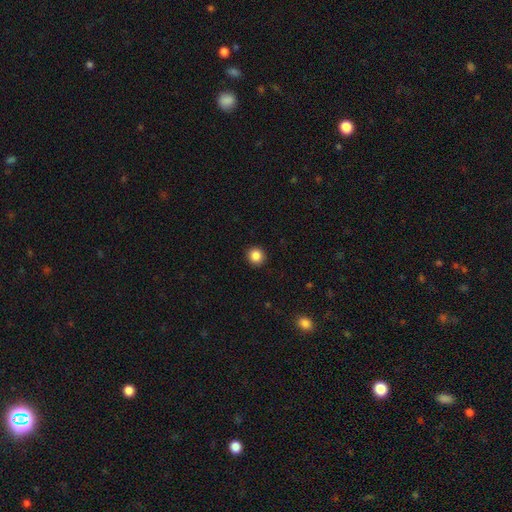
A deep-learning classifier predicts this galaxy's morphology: This appears to be a smooth galaxy with no disk features (87%) that is round (89%). Merging: none (92%).